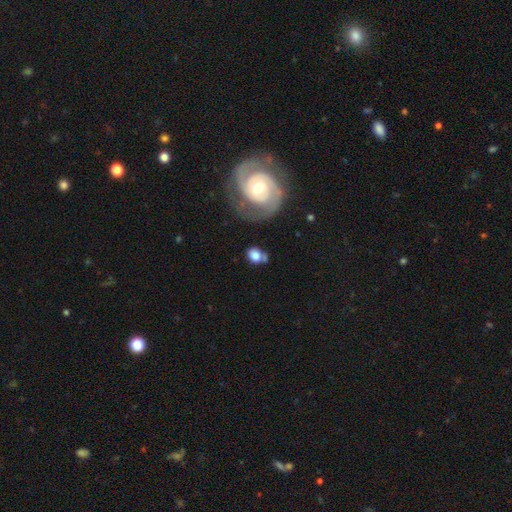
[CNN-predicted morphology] Smooth or featured? Predicted: smooth (p=0.74). How rounded? Predicted: round (p=0.57). Merging? Predicted: none (p=0.53).